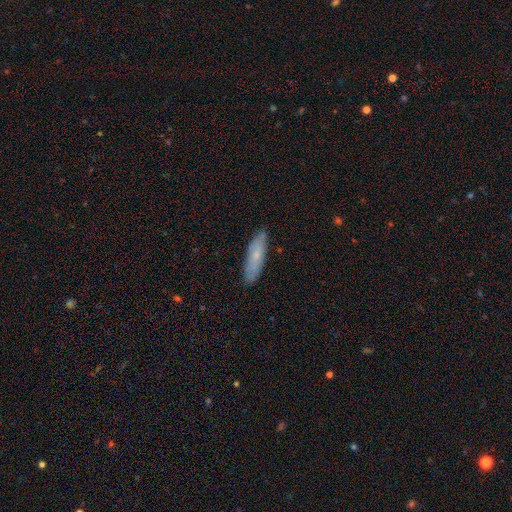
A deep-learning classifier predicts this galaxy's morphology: This is likely a smooth galaxy (61%). How rounded: possibly cigar-shaped (60%). Merging: clearly none (84%).